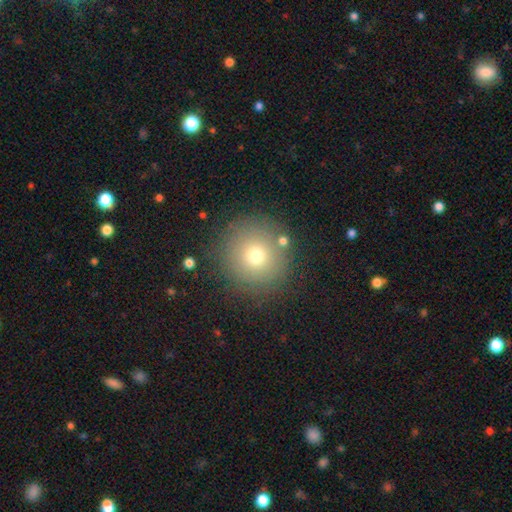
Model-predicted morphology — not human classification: Smooth or featured? smooth (73%)
How rounded? round (94%)
Merging? none (86%)